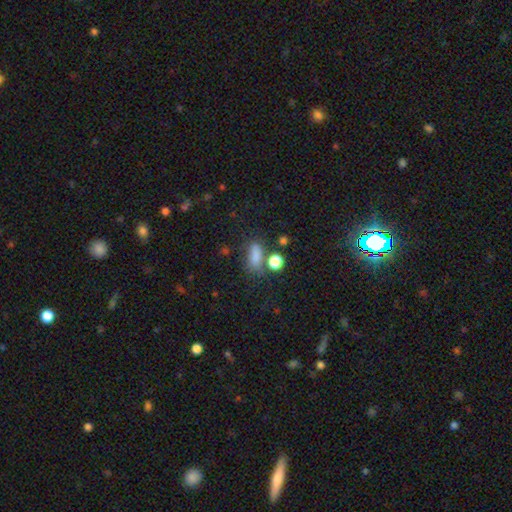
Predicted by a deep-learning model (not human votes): smooth_or_featured: smooth (p=0.77) [alt: star or artifact p=0.16]
how_rounded: in between (p=0.71) [alt: round p=0.15]
merging: none (p=0.58) [alt: minor disturbance p=0.18]